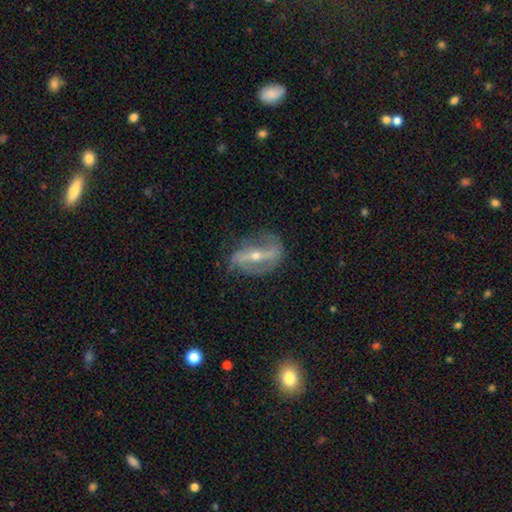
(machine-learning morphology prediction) This appears to be a featured or disk galaxy (82%) with a strong bar (70%), 2 (84%) loose (53%) spiral arms (80%) and a small central bulge (53%). Merging: none (70%).